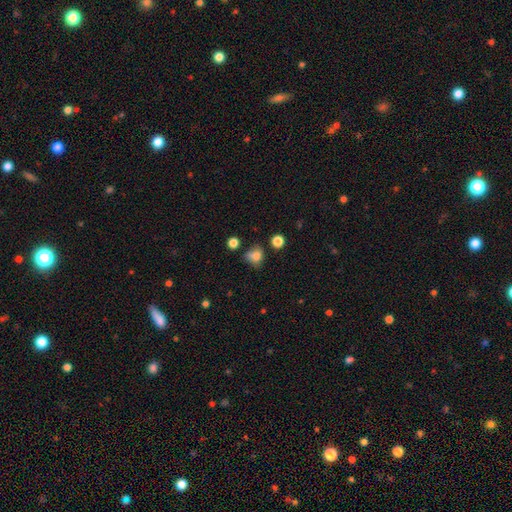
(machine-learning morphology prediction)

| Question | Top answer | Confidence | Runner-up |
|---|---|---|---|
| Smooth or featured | smooth | 76% | star or artifact (14%) |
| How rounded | round | 60% | in between (39%) |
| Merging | none | 48% | minor disturbance (31%) |